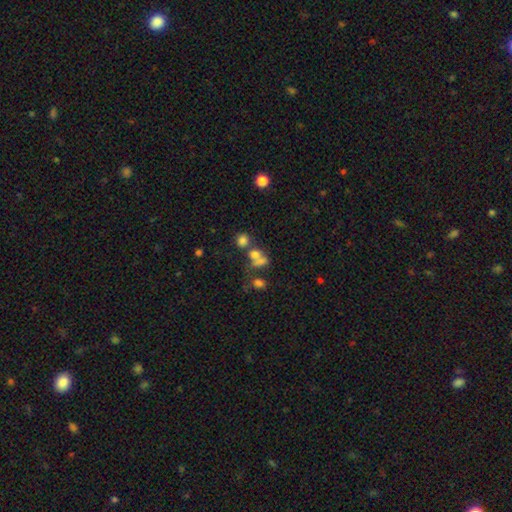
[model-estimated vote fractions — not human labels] This appears to be a smooth galaxy with no disk features (63%) that is round (64%). Merging: merger (44%).